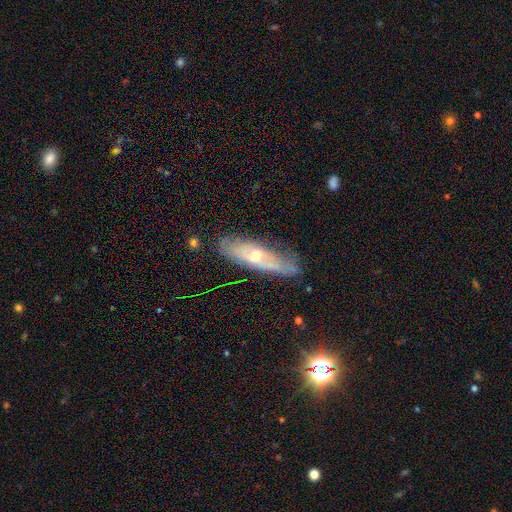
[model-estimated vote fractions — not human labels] Smooth or featured: featured or disk — 60% (smooth — 31%)
Edge-on disk: no — 56% (yes — 44%)
Merging: none — 67% (minor disturbance — 24%)